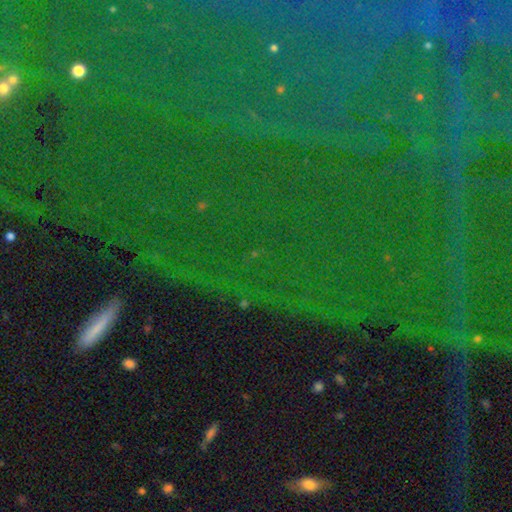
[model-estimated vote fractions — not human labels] This is clearly a star or artifact rather than a galaxy (80%).